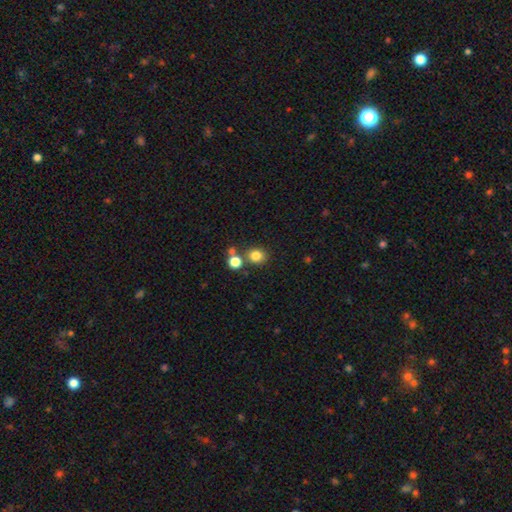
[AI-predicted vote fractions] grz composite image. It shows a smooth galaxy with no disk features (80%) that is round (77%). Merging: none (71%).